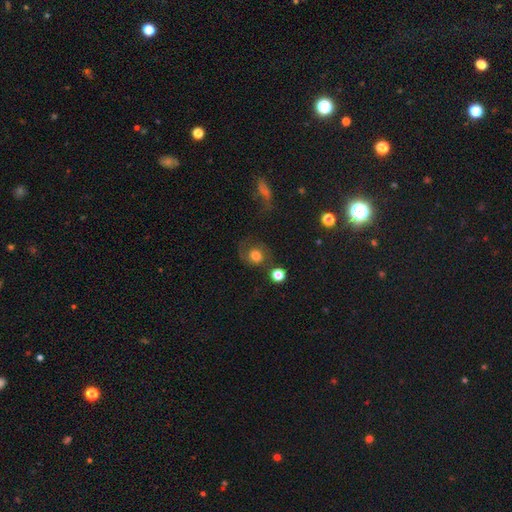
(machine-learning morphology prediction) smooth 64%, featured or disk 24%, star or artifact 12%. Down the decision tree: how rounded — round (78%); merging — none (54%).